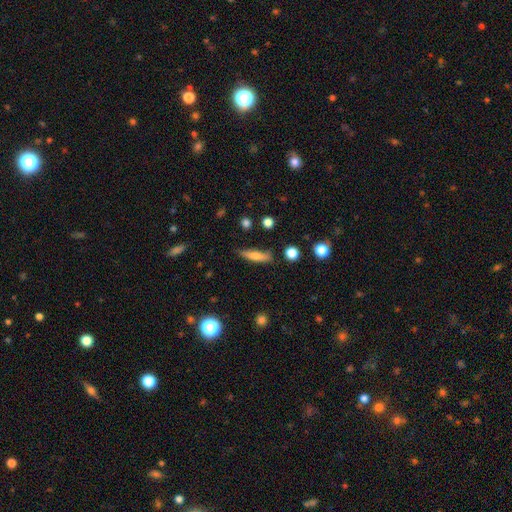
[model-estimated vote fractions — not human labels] This appears to be a smooth galaxy with no disk features (68%) that is cigar-shaped (73%). Merging: none (78%).